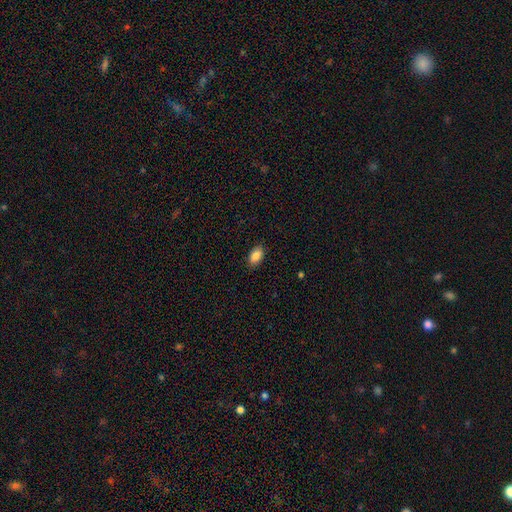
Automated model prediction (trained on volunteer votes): This is clearly a smooth galaxy (87%). How rounded: clearly in between (92%). Merging: clearly none (88%).